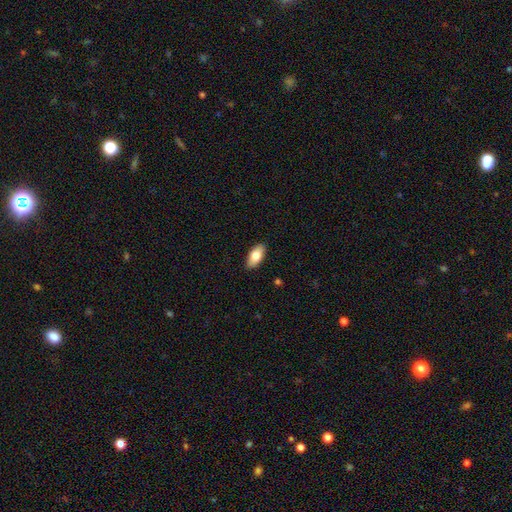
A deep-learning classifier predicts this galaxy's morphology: A smooth galaxy with no disk features (77%) that is in between round and cigar-shaped (90%). Merging: none (89%).